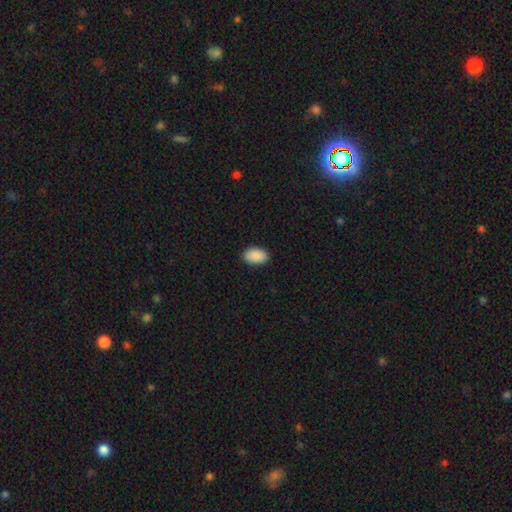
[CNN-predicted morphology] smooth 91%, star or artifact 7%, featured or disk 2%. Down the decision tree: how rounded — in between (92%); merging — none (90%).